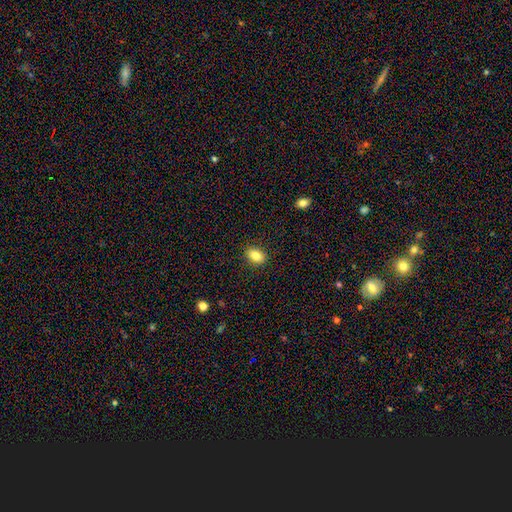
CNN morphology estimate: Q: Smooth or featured?
A: smooth (83%); runner-up: star or artifact (9%)
Q: How rounded?
A: in between (76%); runner-up: round (23%)
Q: Merging?
A: none (89%); runner-up: minor disturbance (8%)